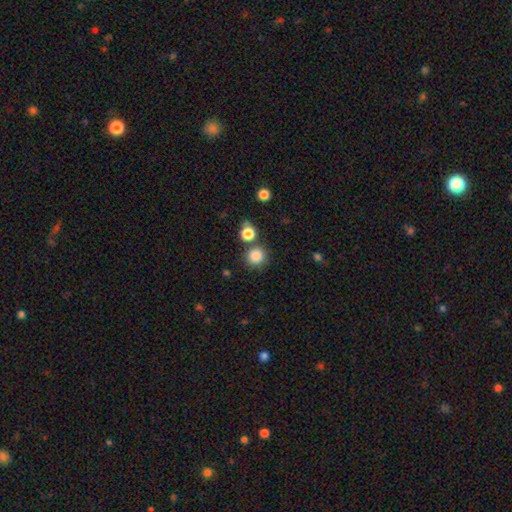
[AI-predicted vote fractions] This appears to be a smooth galaxy with no disk features (85%) that is round (93%). Merging: none (78%).